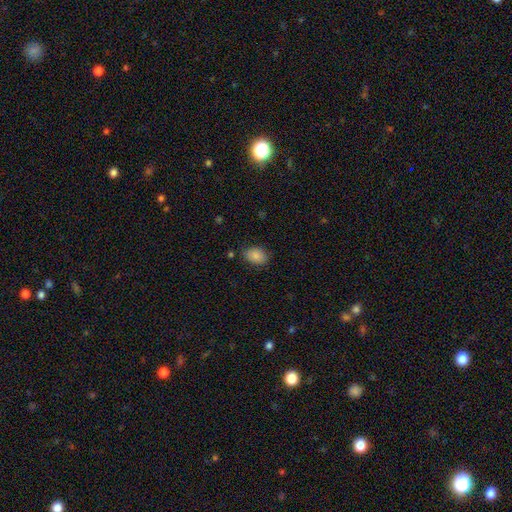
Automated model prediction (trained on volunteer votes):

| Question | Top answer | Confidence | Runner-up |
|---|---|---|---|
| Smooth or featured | smooth | 87% | star or artifact (8%) |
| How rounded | in between | 79% | round (20%) |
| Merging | none | 80% | minor disturbance (15%) |